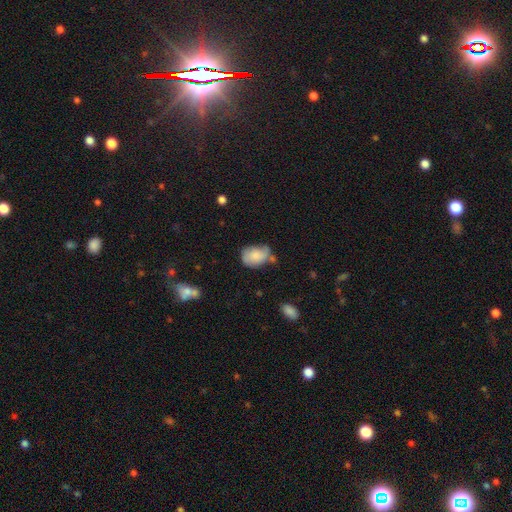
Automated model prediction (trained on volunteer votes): Smooth or featured: smooth — 73% (featured or disk — 19%)
How rounded: in between — 72% (round — 27%)
Merging: none — 44% (minor disturbance — 36%)